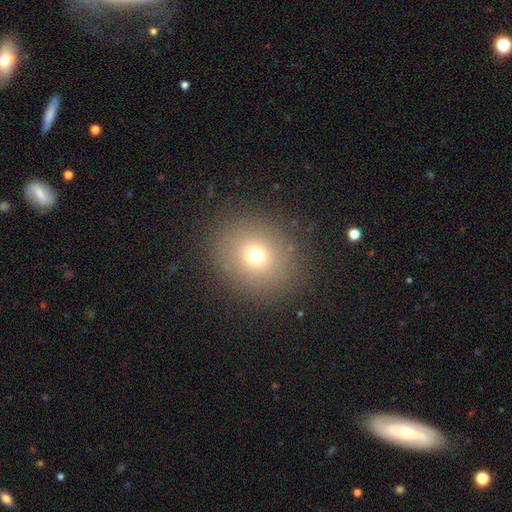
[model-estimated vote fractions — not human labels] Smooth or featured?
  - smooth: 70% *
  - star or artifact: 17%
  - featured or disk: 12%
How rounded?
  - round: 75% *
  - in between: 24%
  - cigar-shaped: 1%
Merging?
  - none: 87% *
  - minor disturbance: 8%
  - major disturbance: 4%
  - merger: 1%